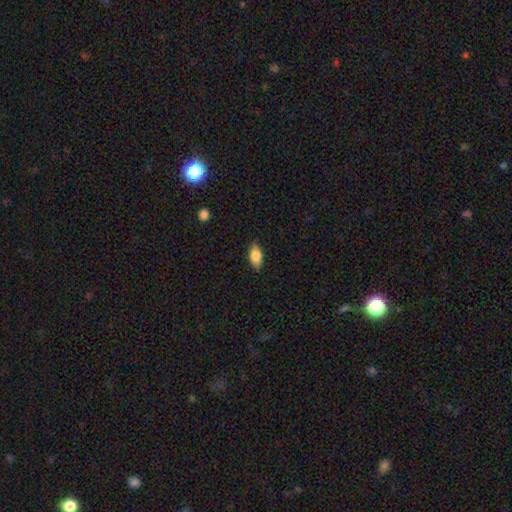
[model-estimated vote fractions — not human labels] Q: Smooth or featured?
A: smooth (81%); runner-up: featured or disk (12%)
Q: How rounded?
A: in between (89%); runner-up: cigar-shaped (6%)
Q: Merging?
A: none (86%); runner-up: minor disturbance (11%)